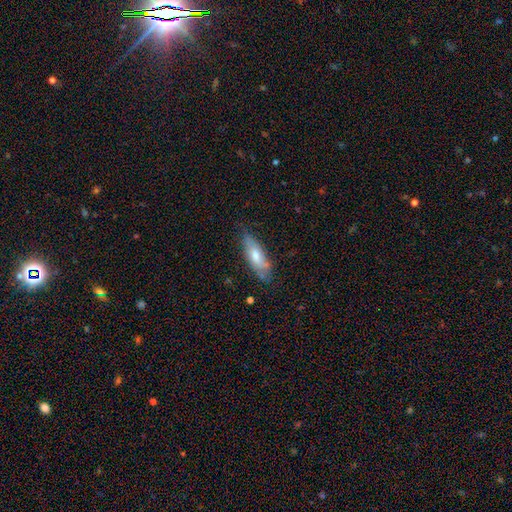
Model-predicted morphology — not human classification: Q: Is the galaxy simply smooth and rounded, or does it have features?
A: smooth — 56%.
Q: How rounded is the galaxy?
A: in between — 59%.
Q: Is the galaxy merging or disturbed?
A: none — 68%.